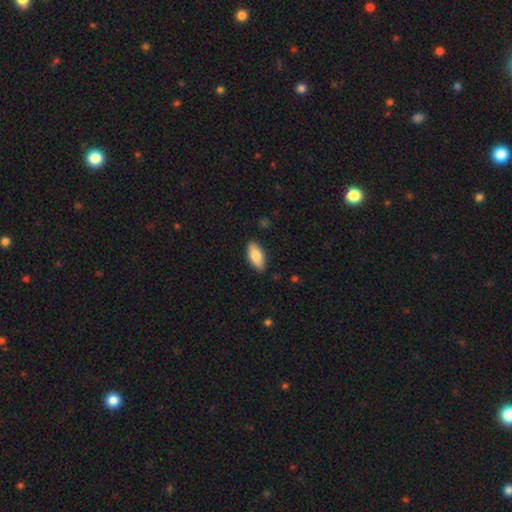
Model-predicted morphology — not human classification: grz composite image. It shows a smooth galaxy with no disk features (84%) that is in between round and cigar-shaped (88%). Merging: none (87%).